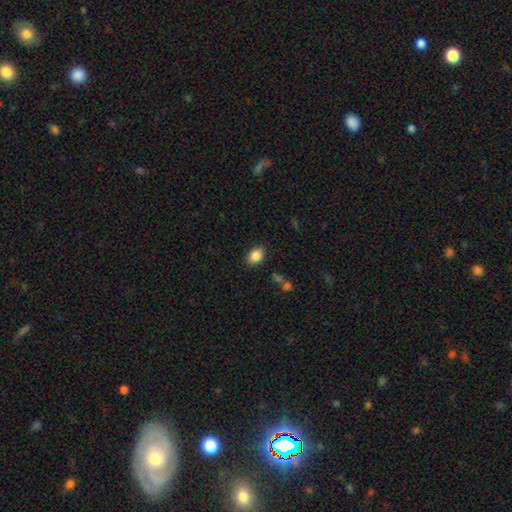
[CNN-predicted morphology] This appears to be a smooth galaxy with no disk features (87%) that is in between round and cigar-shaped (72%). Merging: none (85%).